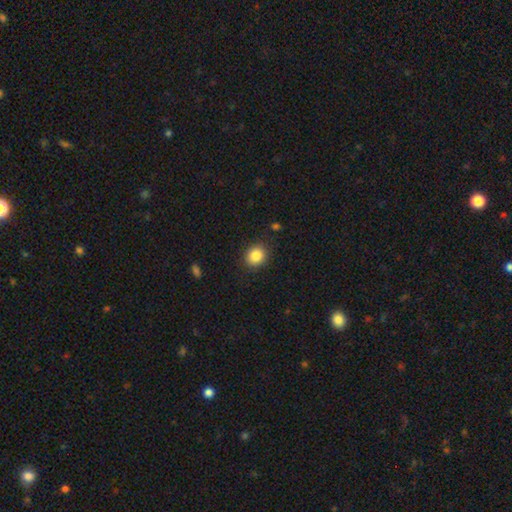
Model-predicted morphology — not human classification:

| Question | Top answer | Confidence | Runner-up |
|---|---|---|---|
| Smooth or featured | smooth | 86% | star or artifact (9%) |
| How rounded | round | 70% | in between (30%) |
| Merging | none | 88% | minor disturbance (8%) |